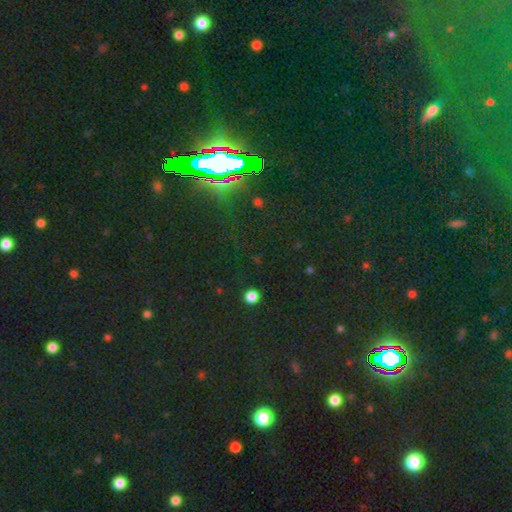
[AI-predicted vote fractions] This is likely a star or artifact rather than a galaxy (79%).